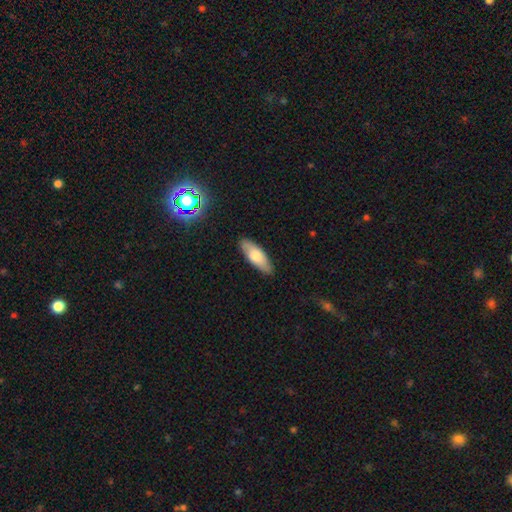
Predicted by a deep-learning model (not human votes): This appears to be a smooth galaxy with no disk features (69%) that is in between round and cigar-shaped (67%). Merging: none (87%).